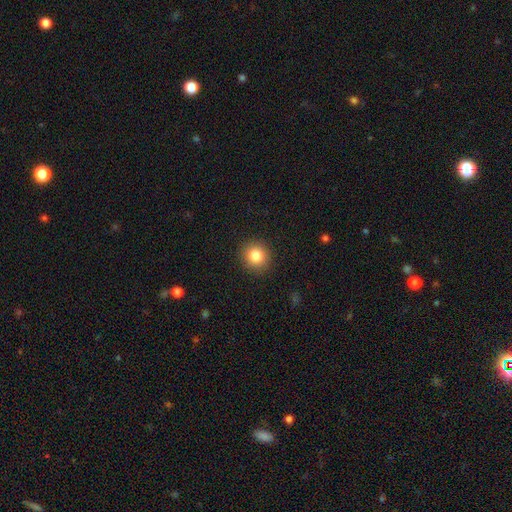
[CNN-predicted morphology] type=smooth (84%); roundness=round (91%); merging=none (91%).